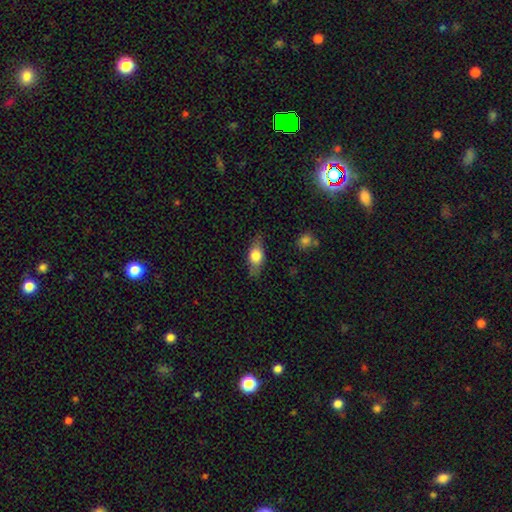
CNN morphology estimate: Smooth or featured?
  - smooth: 67% *
  - featured or disk: 26%
  - star or artifact: 7%
How rounded?
  - in between: 77% *
  - cigar-shaped: 15%
  - round: 9%
Merging?
  - none: 79% *
  - minor disturbance: 16%
  - major disturbance: 4%
  - merger: 1%